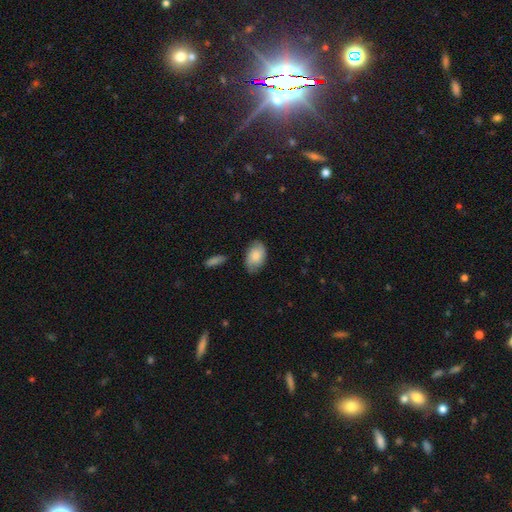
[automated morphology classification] smooth 70%, featured or disk 23%, star or artifact 7%. Down the decision tree: how rounded — in between (89%); merging — none (75%).